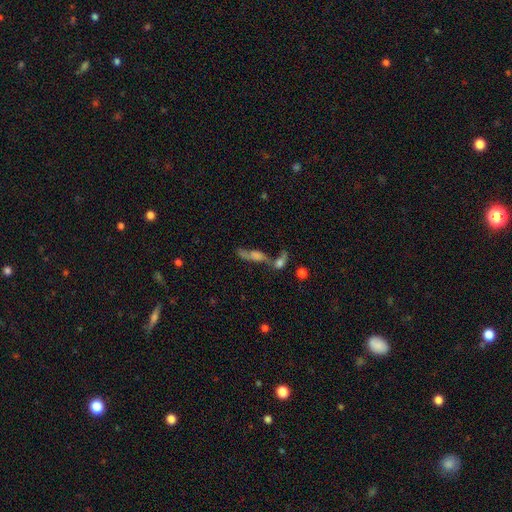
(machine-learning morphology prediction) Overall: featured or disk (43%; smooth 39%). Merging: merger (45%; none 31%).